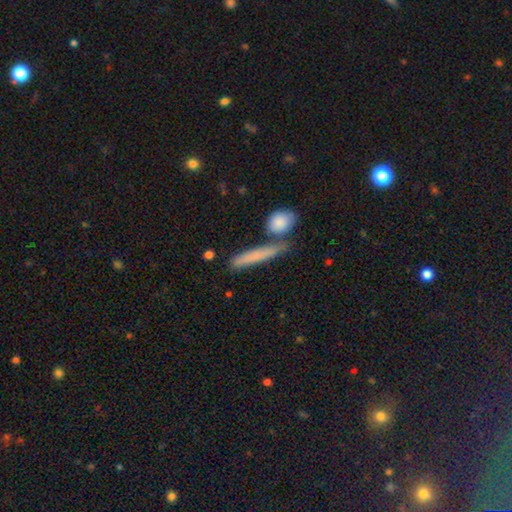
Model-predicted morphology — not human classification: This is likely a smooth galaxy (70%). How rounded: clearly cigar-shaped (89%). Merging: likely none (71%).